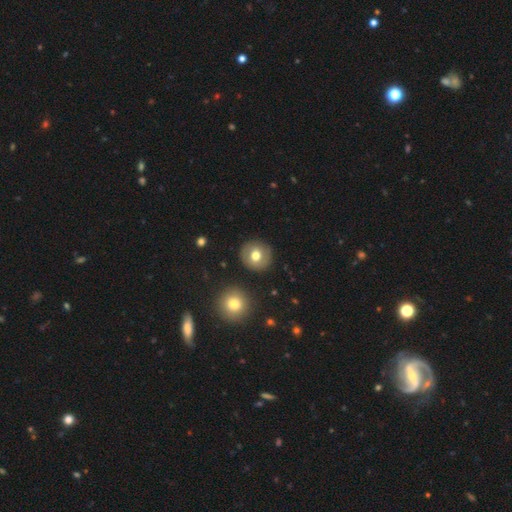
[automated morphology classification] smooth 68%, featured or disk 24%, star or artifact 9%. Down the decision tree: how rounded — round (92%); merging — none (88%).